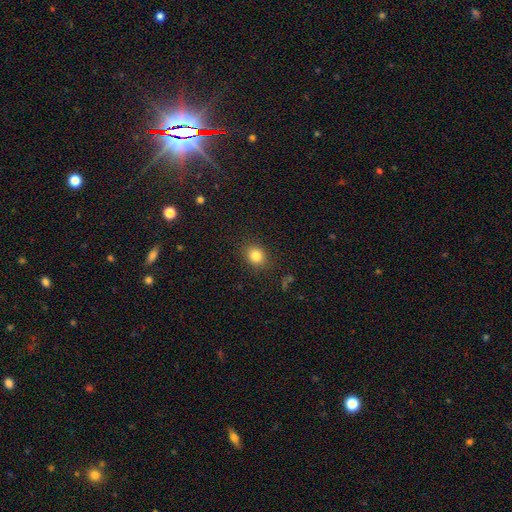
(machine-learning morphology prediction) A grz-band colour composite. It shows a smooth galaxy with no disk features (83%) that is round (68%). Merging: none (87%).